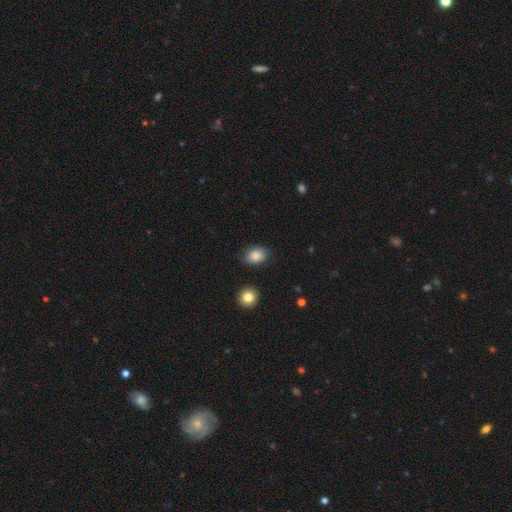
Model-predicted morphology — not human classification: A smooth galaxy with no disk features (87%) that is in between round and cigar-shaped (70%).

Vote fractions:
- Smooth or featured? smooth: 87% / star or artifact: 8% / featured or disk: 5%
- How rounded? in between: 70% / round: 29% / cigar-shaped: 1%
- Merging? none: 81% / minor disturbance: 14% / major disturbance: 3% / merger: 2%